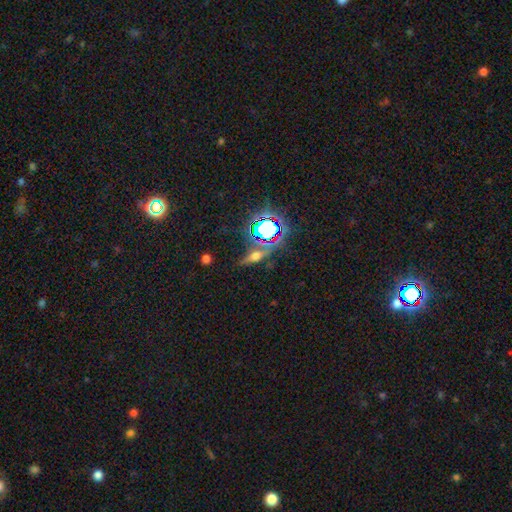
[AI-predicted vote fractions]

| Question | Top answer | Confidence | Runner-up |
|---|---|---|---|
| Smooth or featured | featured or disk | 38% | star or artifact (32%) |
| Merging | none | 76% | minor disturbance (13%) |